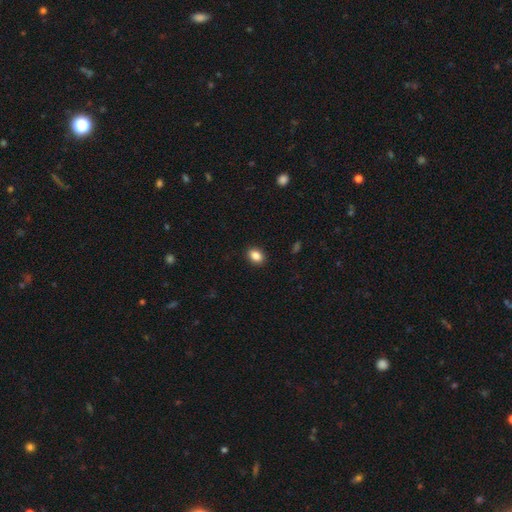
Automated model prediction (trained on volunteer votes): Smooth or featured: smooth — 87% (star or artifact — 9%)
How rounded: in between — 70% (round — 29%)
Merging: none — 90% (minor disturbance — 7%)